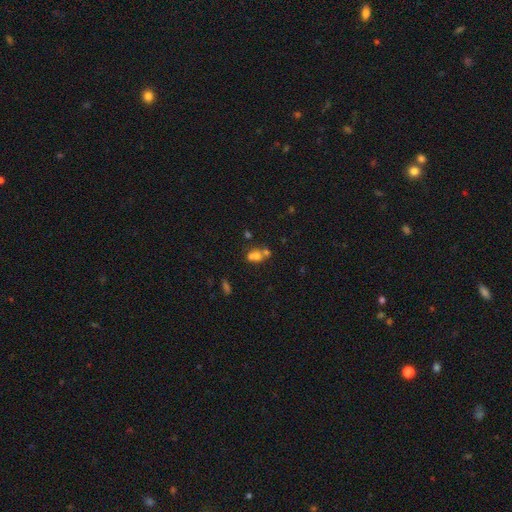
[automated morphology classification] A smooth galaxy with no disk features (59%) that is round (59%).

Vote fractions:
- Smooth or featured? smooth: 59% / featured or disk: 23% / star or artifact: 18%
- How rounded? round: 59% / in between: 39% / cigar-shaped: 2%
- Merging? merger: 59% / none: 29% / minor disturbance: 7% / major disturbance: 5%